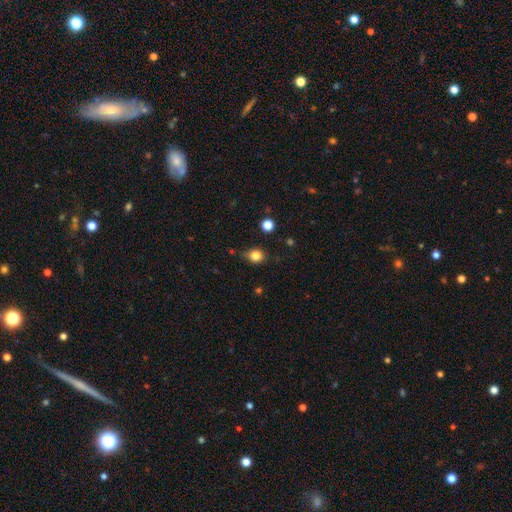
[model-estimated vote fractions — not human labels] Morphology: type=smooth (82%); roundness=round (76%); merging=none (72%).